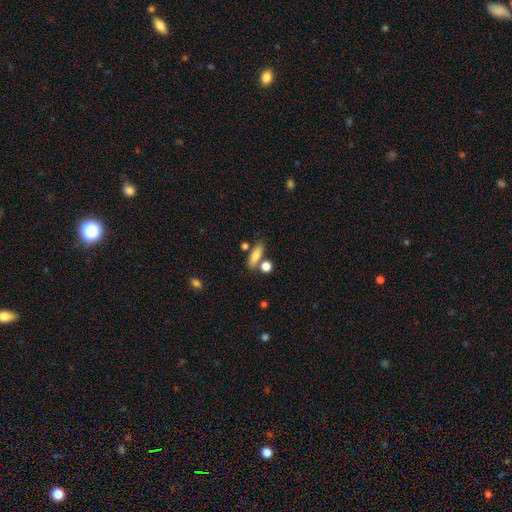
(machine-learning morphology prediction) Smooth or featured? smooth (80%)
How rounded? in between (47%)
Merging? none (68%)